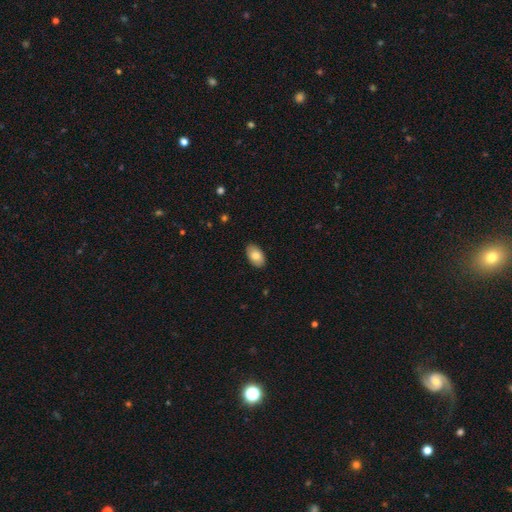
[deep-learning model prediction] This is clearly a smooth galaxy (81%). How rounded: clearly in between (93%). Merging: clearly none (87%).